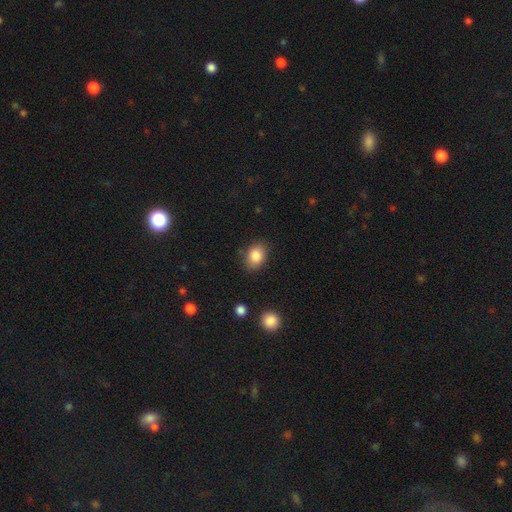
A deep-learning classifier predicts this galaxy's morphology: Smooth or featured? Predicted: smooth (p=0.85). How rounded? Predicted: in between (p=0.68). Merging? Predicted: none (p=0.81).